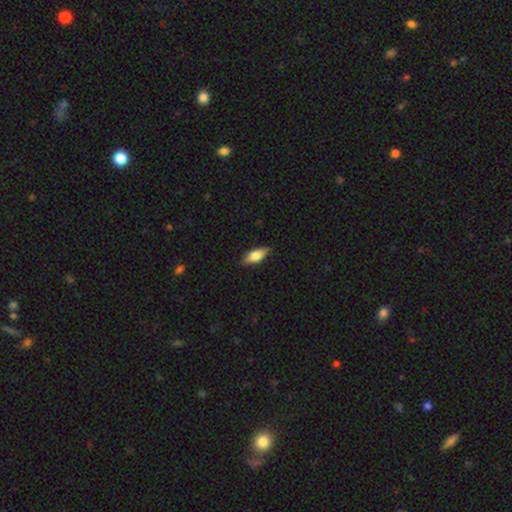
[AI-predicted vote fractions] smooth 66%, featured or disk 27%, star or artifact 6%. Down the decision tree: how rounded — in between (69%); merging — none (85%).